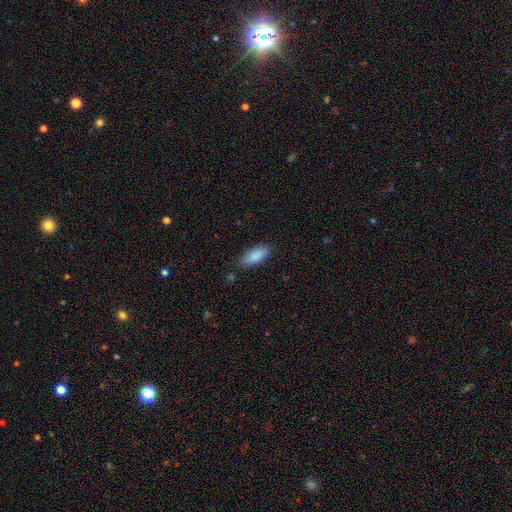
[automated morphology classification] Smooth or featured? smooth (87%)
How rounded? in between (80%)
Merging? none (79%)